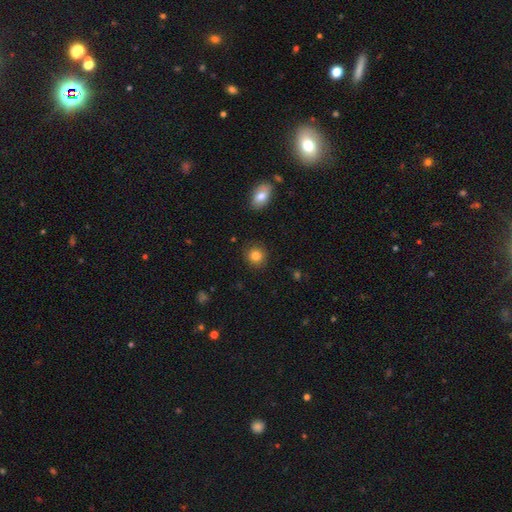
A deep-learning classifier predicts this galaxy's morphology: Q: Smooth or featured?
A: smooth (84%); runner-up: star or artifact (10%)
Q: How rounded?
A: round (86%); runner-up: in between (13%)
Q: Merging?
A: none (89%); runner-up: minor disturbance (7%)